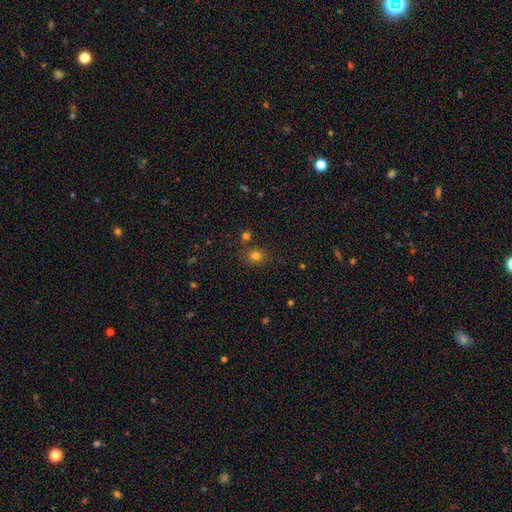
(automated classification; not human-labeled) Overall: smooth (77%). How rounded: round (78%). Merging: none (77%).